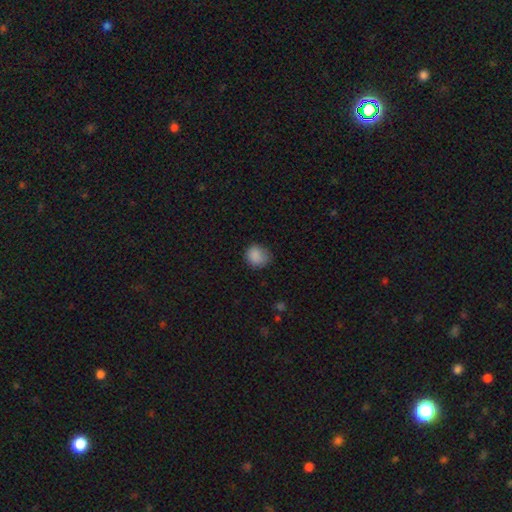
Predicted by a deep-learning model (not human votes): A smooth galaxy with no disk features (86%) that is round (77%). Merging: none (70%).